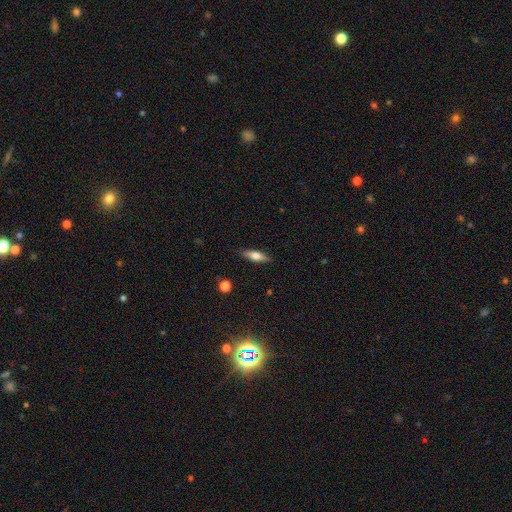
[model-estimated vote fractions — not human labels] A smooth galaxy with no disk features (55%) that is cigar-shaped (63%). Merging: none (88%).